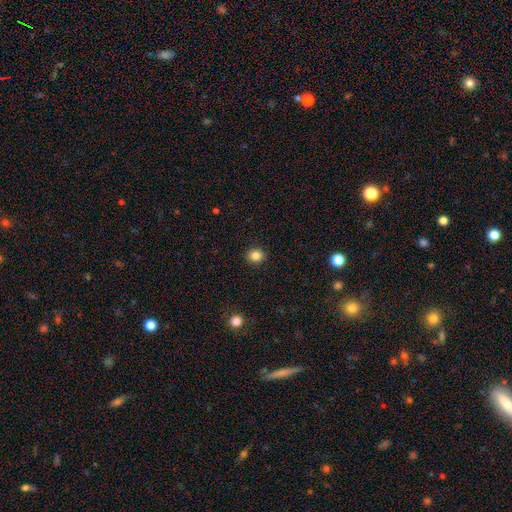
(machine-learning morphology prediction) type=smooth (84%); roundness=round (80%); merging=none (91%).